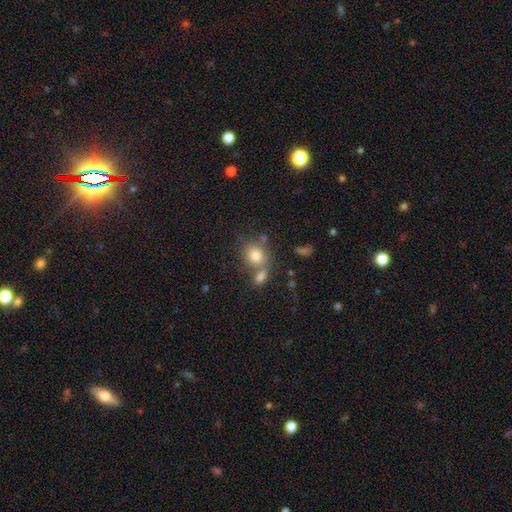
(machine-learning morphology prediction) smooth-or-featured: smooth: 79% | star or artifact: 10% | featured or disk: 10%
  how-rounded: round: 65% | in between: 34% | cigar-shaped: 1%
  merging: none: 51% | merger: 32% | minor disturbance: 12% | major disturbance: 5%